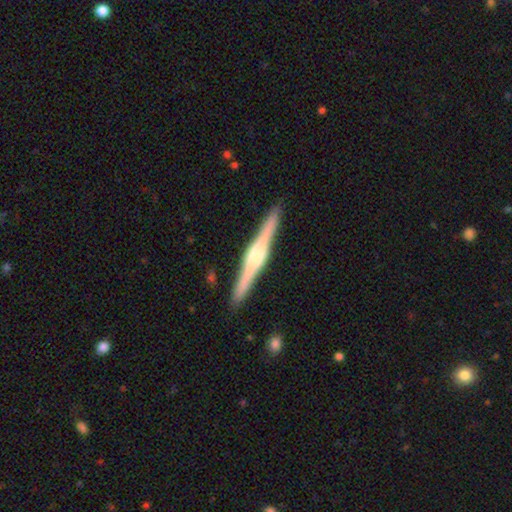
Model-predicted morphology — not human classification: Smooth or featured? Predicted: featured or disk (p=0.80). Edge-on disk? Predicted: yes (p=0.98). Edge-on bulge? Predicted: rounded (p=0.64). Merging? Predicted: none (p=0.91).